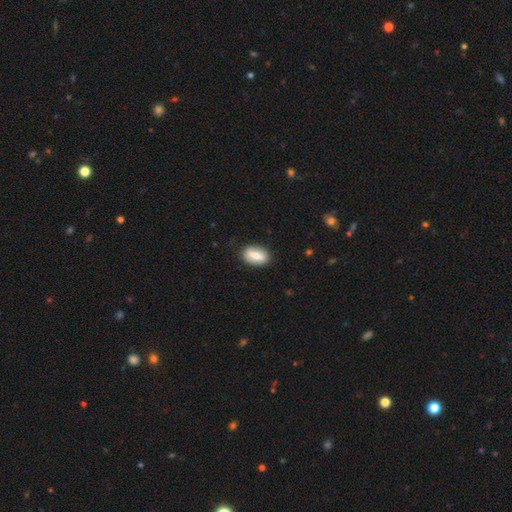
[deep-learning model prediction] smooth 68%, featured or disk 25%, star or artifact 7%. Down the decision tree: how rounded — in between (86%); merging — none (84%).